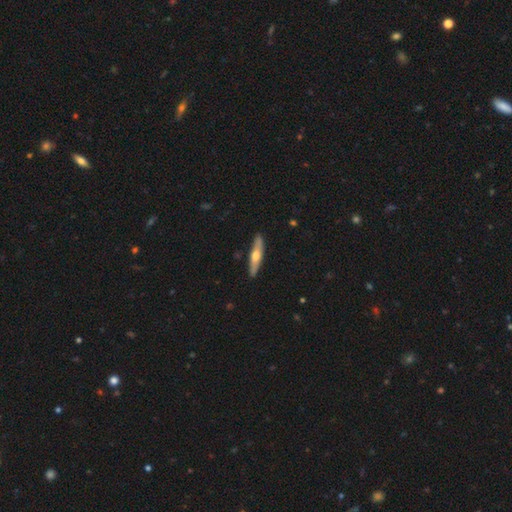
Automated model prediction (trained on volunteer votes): featured or disk 51%, smooth 44%, star or artifact 5%. Down the decision tree: edge-on disk — yes (90%); merging — none (89%).